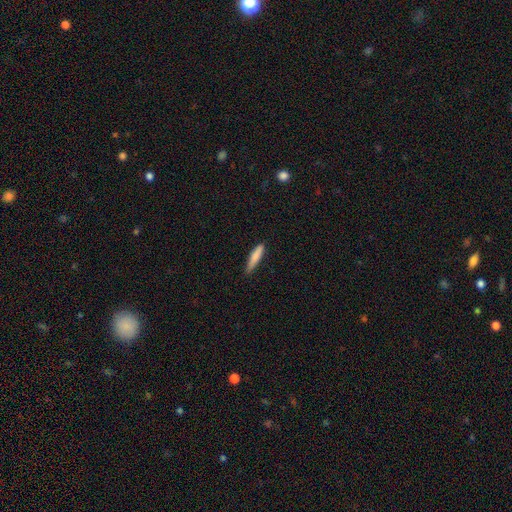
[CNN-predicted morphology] Smooth or featured: smooth — 81% (featured or disk — 13%)
How rounded: cigar-shaped — 87% (in between — 12%)
Merging: none — 77% (minor disturbance — 19%)